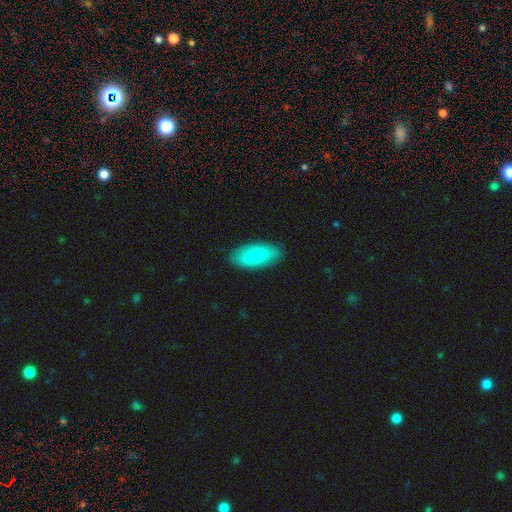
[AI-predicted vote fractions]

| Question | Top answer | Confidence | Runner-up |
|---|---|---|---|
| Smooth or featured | smooth | 76% | featured or disk (18%) |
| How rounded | in between | 91% | cigar-shaped (7%) |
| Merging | none | 85% | minor disturbance (11%) |